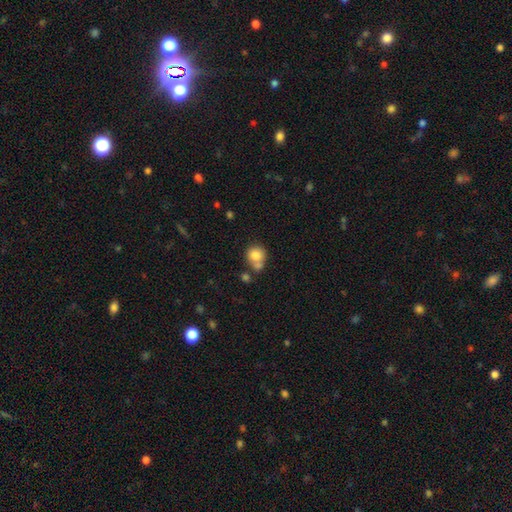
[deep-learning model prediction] Smooth or featured? Predicted: smooth (p=0.81). How rounded? Predicted: round (p=0.81). Merging? Predicted: none (p=0.44).